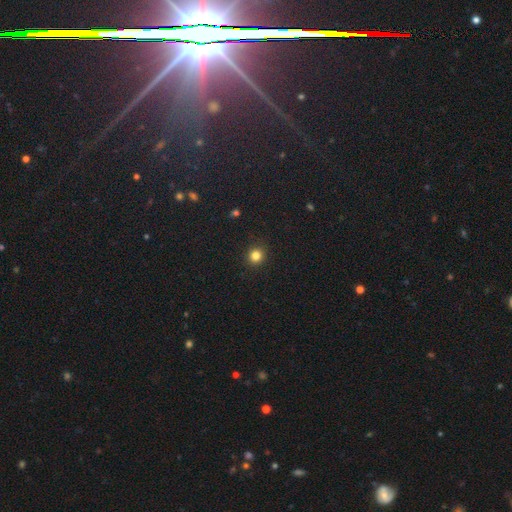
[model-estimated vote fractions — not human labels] This is clearly a smooth galaxy (83%). How rounded: clearly round (91%). Merging: clearly none (92%).